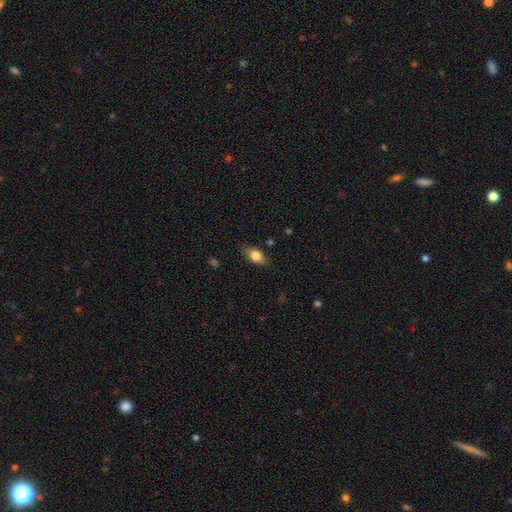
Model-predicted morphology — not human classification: type=smooth (79%); roundness=in between (83%); merging=none (79%).